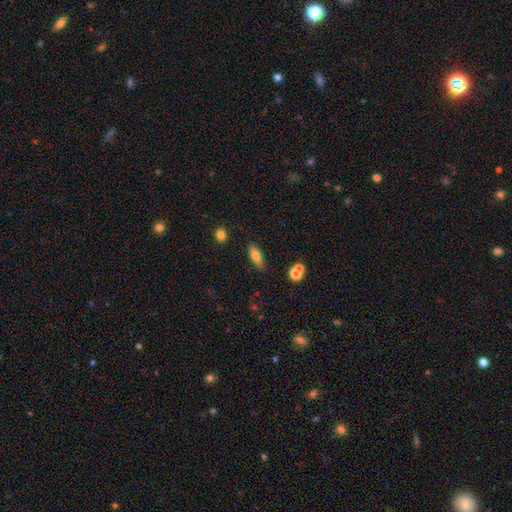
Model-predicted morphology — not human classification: Q: Smooth or featured?
A: smooth (71%); runner-up: featured or disk (21%)
Q: How rounded?
A: in between (58%); runner-up: cigar-shaped (39%)
Q: Merging?
A: none (84%); runner-up: minor disturbance (10%)